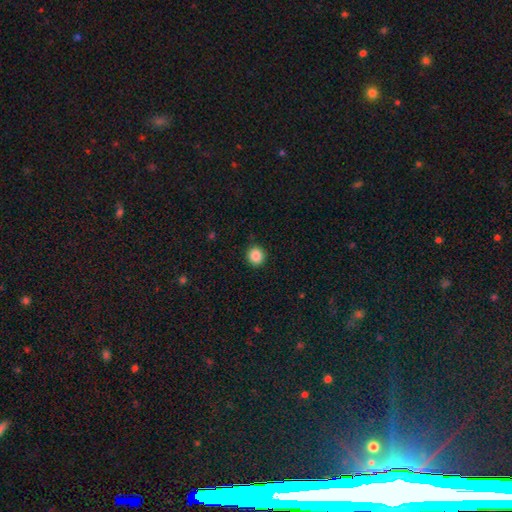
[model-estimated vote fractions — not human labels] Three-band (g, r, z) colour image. It shows a smooth galaxy with no disk features (87%) that is round (91%). Merging: none (91%).